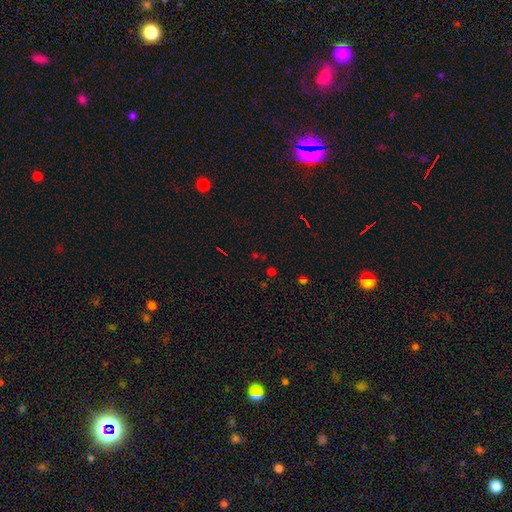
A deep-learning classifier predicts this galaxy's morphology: A star or artifact, not a galaxy (58%).